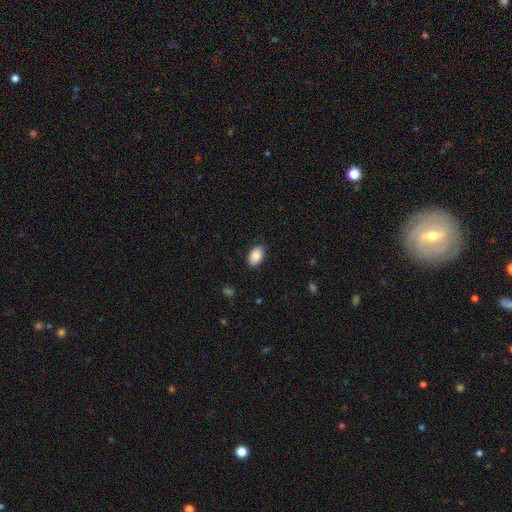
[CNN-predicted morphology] Smooth or featured? smooth (85%)
How rounded? in between (90%)
Merging? none (85%)